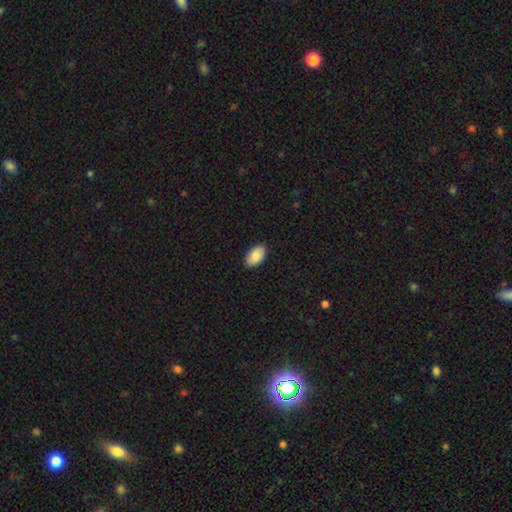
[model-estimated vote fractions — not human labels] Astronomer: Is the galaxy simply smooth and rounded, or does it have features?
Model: smooth — 85%.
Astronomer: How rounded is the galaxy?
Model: in between — 94%.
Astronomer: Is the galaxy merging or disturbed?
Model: none — 89%.